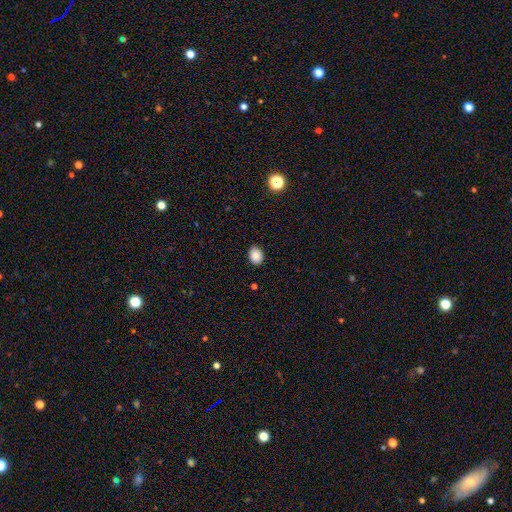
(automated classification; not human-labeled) Smooth or featured? smooth (88%)
How rounded? in between (63%)
Merging? none (87%)